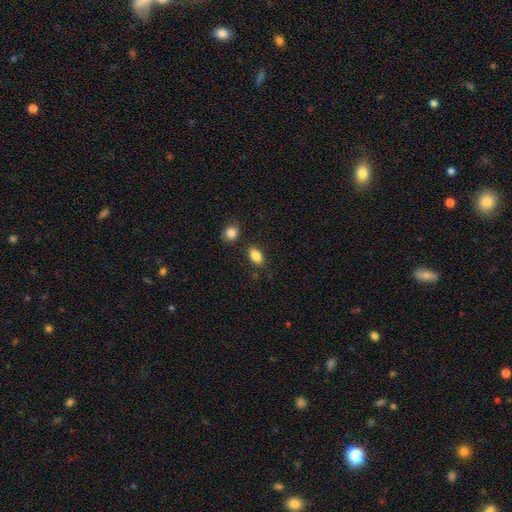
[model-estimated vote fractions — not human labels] Smooth or featured? Predicted: smooth (p=0.86). How rounded? Predicted: in between (p=0.88). Merging? Predicted: none (p=0.81).